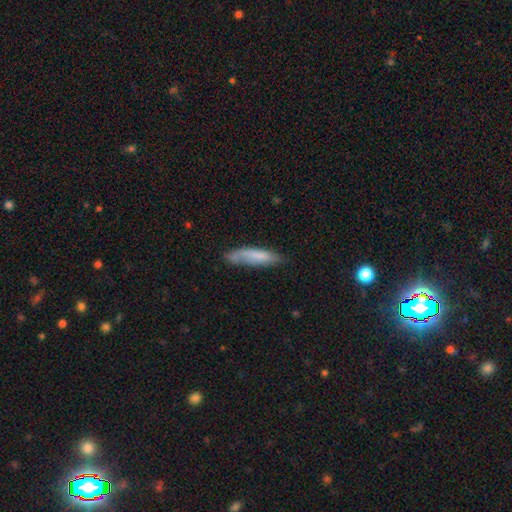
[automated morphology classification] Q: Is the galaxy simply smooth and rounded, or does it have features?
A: smooth — 71%.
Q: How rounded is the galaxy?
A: cigar-shaped — 76%.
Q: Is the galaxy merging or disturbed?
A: none — 60%.